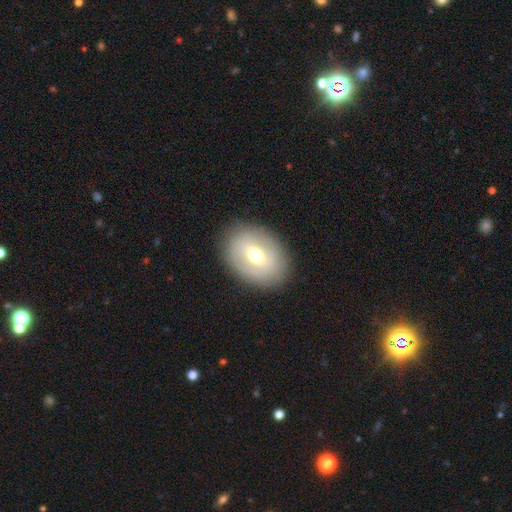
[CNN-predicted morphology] Smooth or featured? featured or disk (48%)
Merging? none (85%)